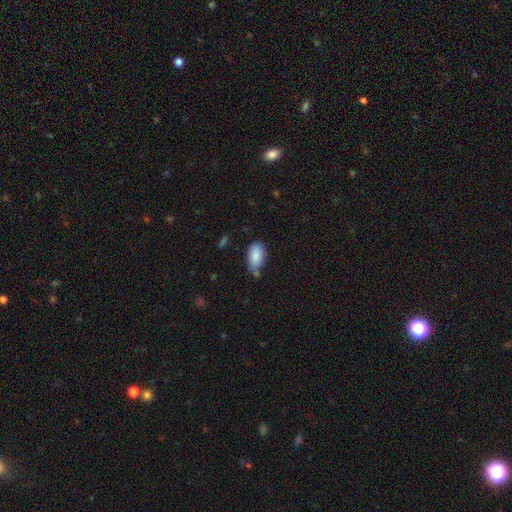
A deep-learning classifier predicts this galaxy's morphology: type=smooth (87%); roundness=in between (93%); merging=none (57%).